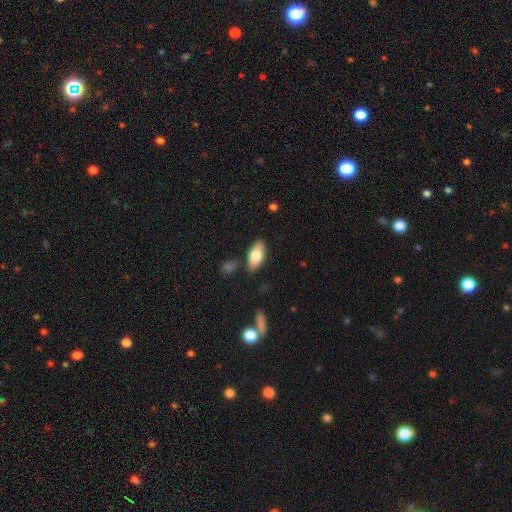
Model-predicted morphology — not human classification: A smooth galaxy with no disk features (78%) that is in between round and cigar-shaped (88%). Merging: none (81%).